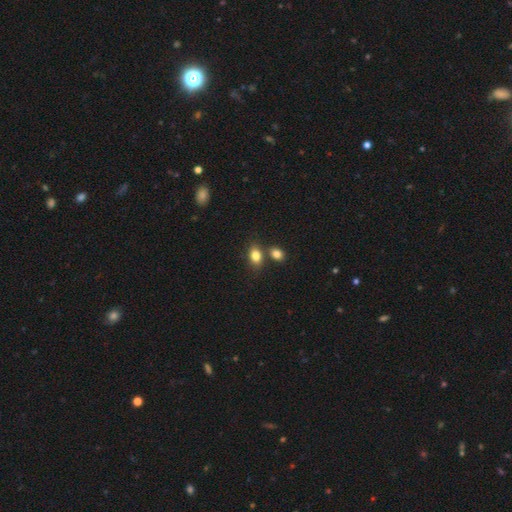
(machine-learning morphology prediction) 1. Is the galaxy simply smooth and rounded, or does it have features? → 83% smooth, 10% star or artifact, 7% featured or disk.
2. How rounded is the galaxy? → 74% in between, 24% round, 2% cigar-shaped.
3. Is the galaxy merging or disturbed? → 61% none, 23% merger, 12% minor disturbance, 4% major disturbance.